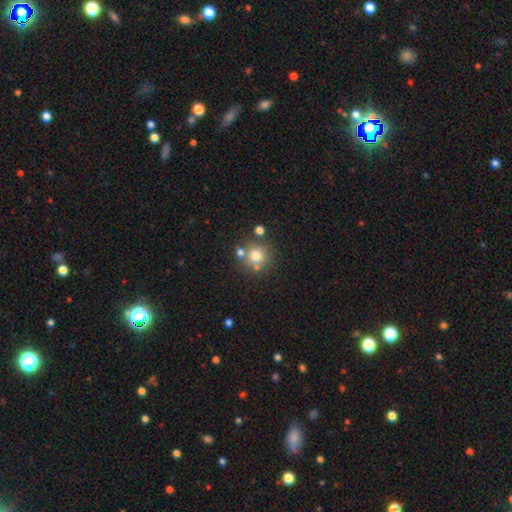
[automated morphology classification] A smooth galaxy with no disk features (72%) that is round (92%).

Vote fractions:
- Smooth or featured? smooth: 72% / star or artifact: 15% / featured or disk: 13%
- How rounded? round: 92% / in between: 7% / cigar-shaped: 1%
- Merging? none: 69% / merger: 18% / minor disturbance: 10% / major disturbance: 4%